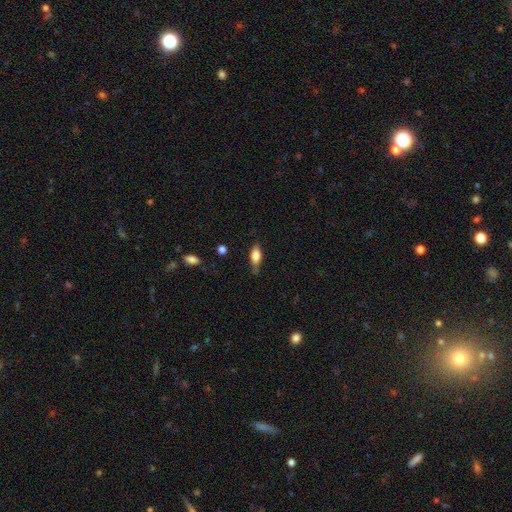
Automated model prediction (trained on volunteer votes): This is likely a smooth galaxy (72%). How rounded: likely in between (73%). Merging: likely none (65%).